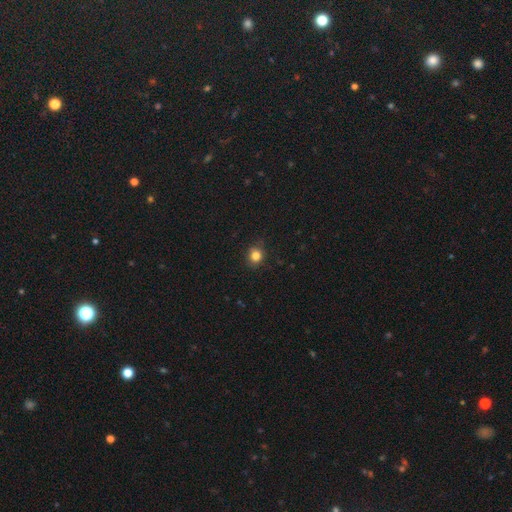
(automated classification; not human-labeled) A smooth galaxy with no disk features (82%) that is round (84%). Merging: none (84%).